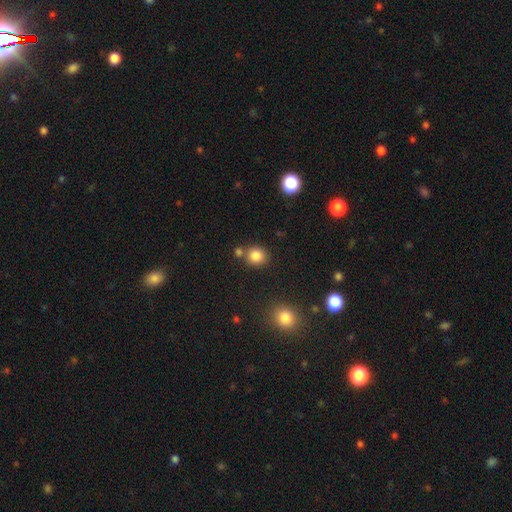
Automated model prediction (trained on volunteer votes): A smooth galaxy with no disk features (83%) that is round (82%). Merging: none (71%).